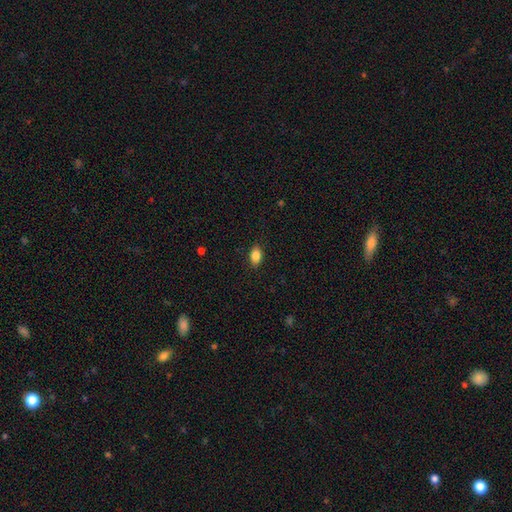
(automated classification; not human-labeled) Overall: smooth (86%). How rounded: in between (86%). Merging: none (87%).